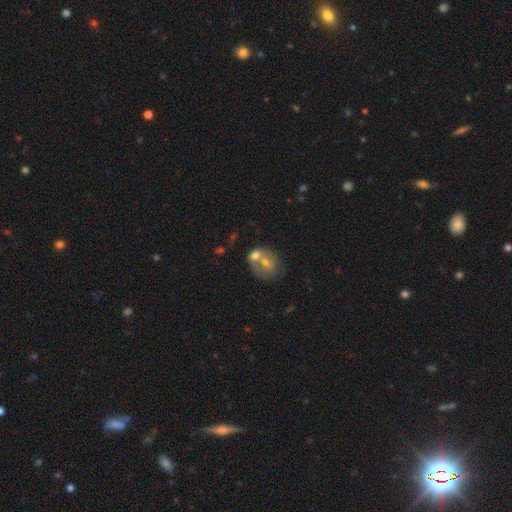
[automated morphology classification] Q: Smooth or featured?
A: smooth (57%); runner-up: featured or disk (34%)
Q: How rounded?
A: round (50%); runner-up: in between (49%)
Q: Merging?
A: merger (62%); runner-up: none (23%)